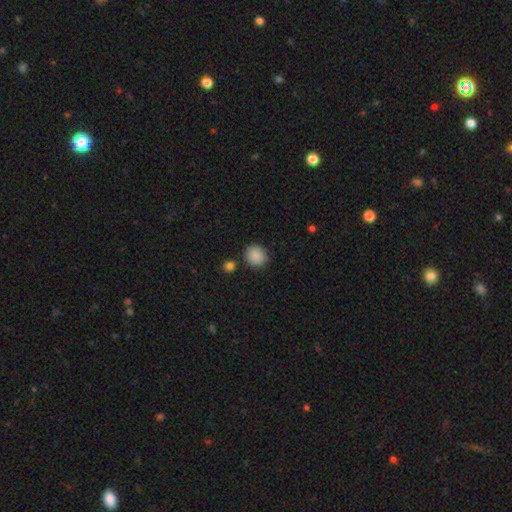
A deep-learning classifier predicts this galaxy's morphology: smooth_or_featured: smooth (p=0.88) [alt: star or artifact p=0.09]
how_rounded: round (p=0.87) [alt: in between p=0.12]
merging: none (p=0.86) [alt: minor disturbance p=0.08]